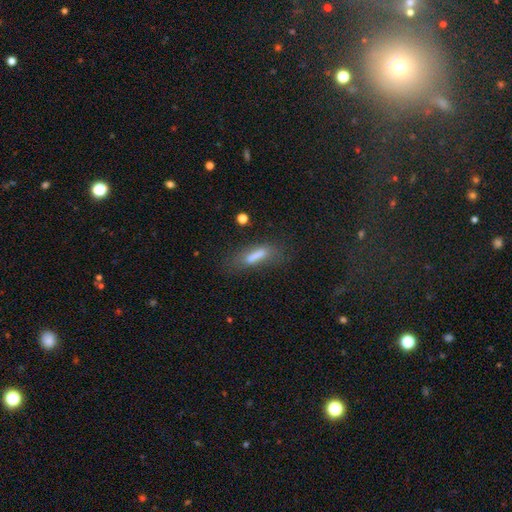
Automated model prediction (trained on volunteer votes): Overall: smooth (65%). How rounded: cigar-shaped (66%; in between 32%). Merging: none (58%; minor disturbance 22%).